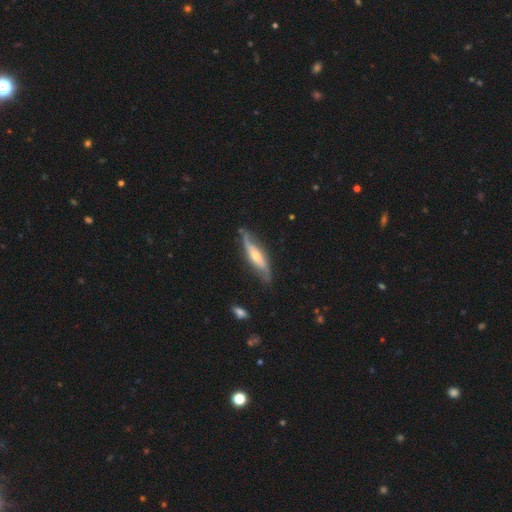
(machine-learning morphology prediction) A featured or disk galaxy (70%) viewed edge-on (59%).

Vote fractions:
- Smooth or featured? featured or disk: 70% / smooth: 25% / star or artifact: 5%
- Edge-on disk? yes: 59% / no: 41%
- Merging? none: 71% / minor disturbance: 22% / major disturbance: 5% / merger: 2%